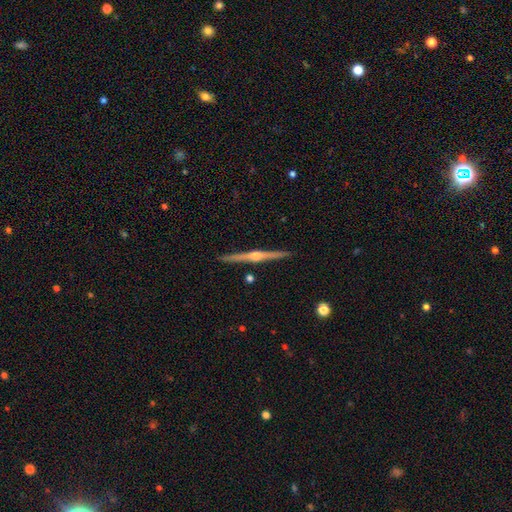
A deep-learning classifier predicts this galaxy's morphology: type=featured or disk (85%); edge-on=yes (99%); edge-on bulge=rounded (90%); merging=none (93%).